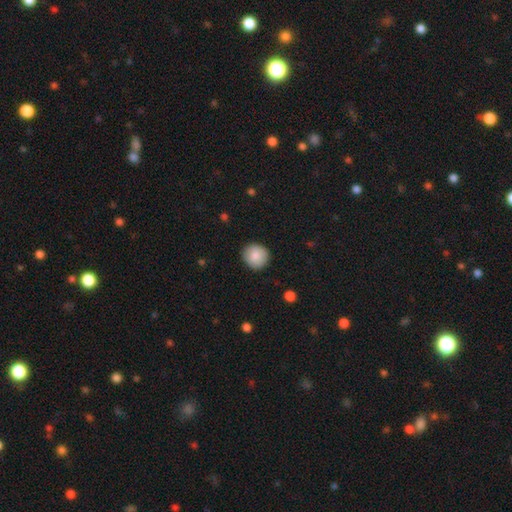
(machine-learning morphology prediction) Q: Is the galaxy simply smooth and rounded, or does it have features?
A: smooth — 86%.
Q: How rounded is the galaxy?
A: round — 90%.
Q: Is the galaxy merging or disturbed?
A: none — 89%.